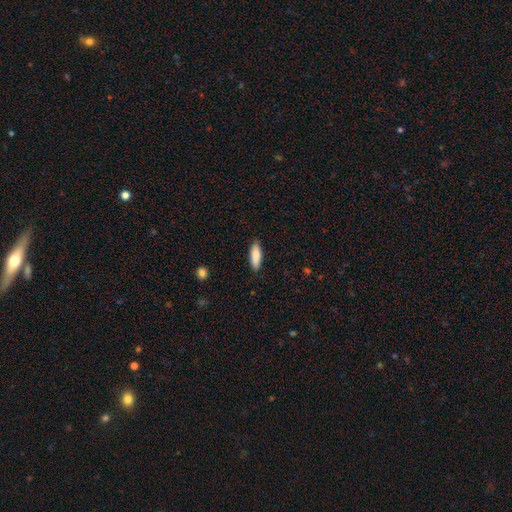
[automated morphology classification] A smooth galaxy with no disk features (86%) that is in between round and cigar-shaped (56%).

Vote fractions:
- Smooth or featured? smooth: 86% / featured or disk: 9% / star or artifact: 6%
- How rounded? in between: 56% / cigar-shaped: 42% / round: 2%
- Merging? none: 88% / minor disturbance: 9% / major disturbance: 2% / merger: 1%